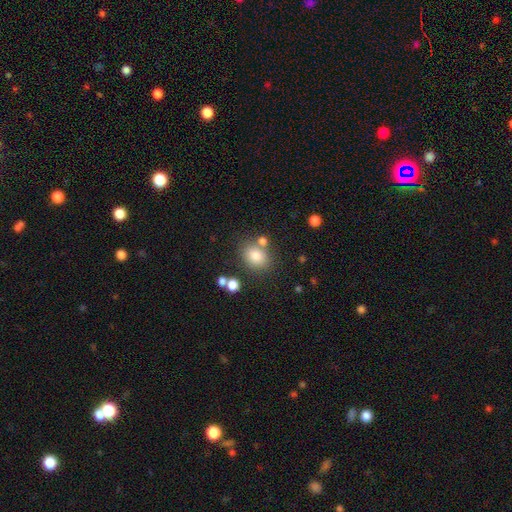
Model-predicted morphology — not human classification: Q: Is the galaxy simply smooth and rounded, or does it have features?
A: smooth — 81%.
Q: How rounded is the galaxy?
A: round — 53%.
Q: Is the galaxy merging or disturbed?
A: none — 69%.